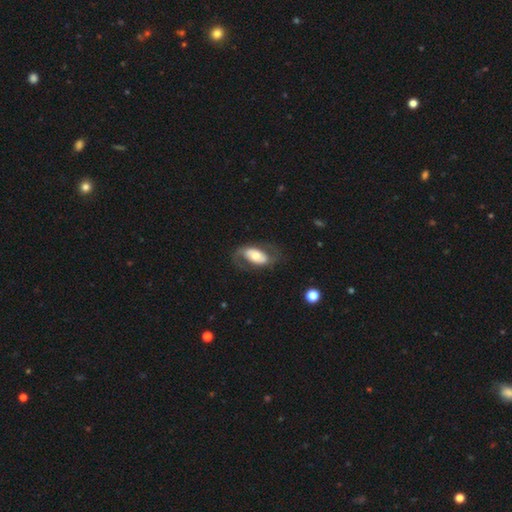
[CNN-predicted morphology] smooth-or-featured: featured or disk: 59% | smooth: 36% | star or artifact: 6%
  disk-edge-on: no: 92% | yes: 8%
    bar: no: 51% | weak: 25% | strong: 24%
    has-spiral-arms: yes: 70% | no: 30%
    bulge-size: moderate: 57% | small: 22% | large: 16% | dominant: 3% | none: 2%
  merging: none: 65% | minor disturbance: 18% | major disturbance: 15% | merger: 2%